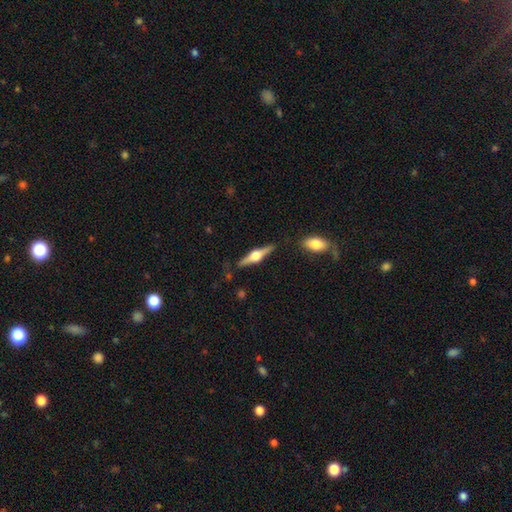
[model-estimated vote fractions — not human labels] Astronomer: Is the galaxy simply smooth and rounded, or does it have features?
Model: featured or disk — 74%.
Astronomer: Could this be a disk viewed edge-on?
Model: yes — 97%.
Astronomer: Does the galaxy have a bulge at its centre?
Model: rounded — 94%.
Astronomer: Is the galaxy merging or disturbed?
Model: none — 85%.